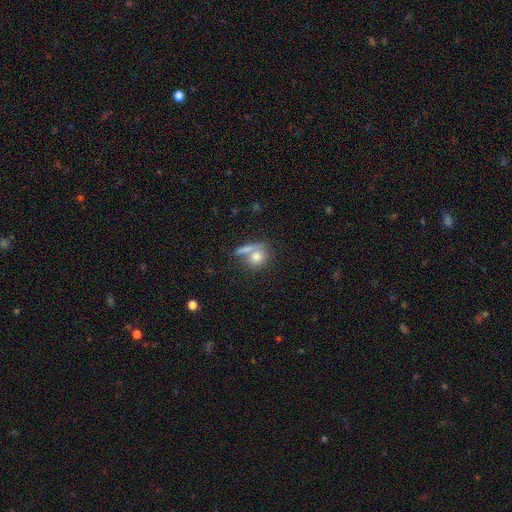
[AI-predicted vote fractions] Smooth or featured? smooth (76%)
How rounded? round (62%)
Merging? none (45%)